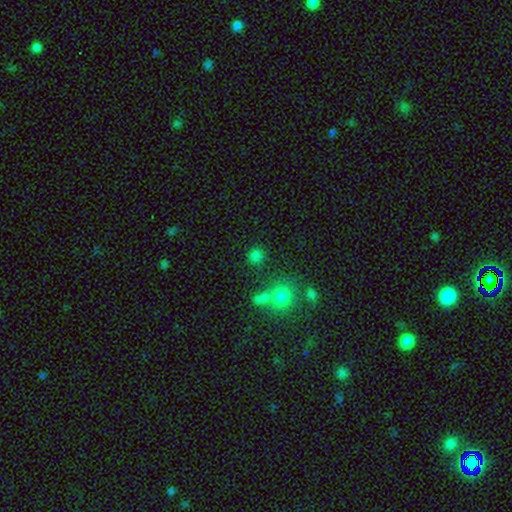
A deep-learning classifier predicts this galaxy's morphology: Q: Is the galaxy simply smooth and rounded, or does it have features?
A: smooth — 77%.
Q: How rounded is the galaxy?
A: round — 84%.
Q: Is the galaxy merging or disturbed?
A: none — 74%.